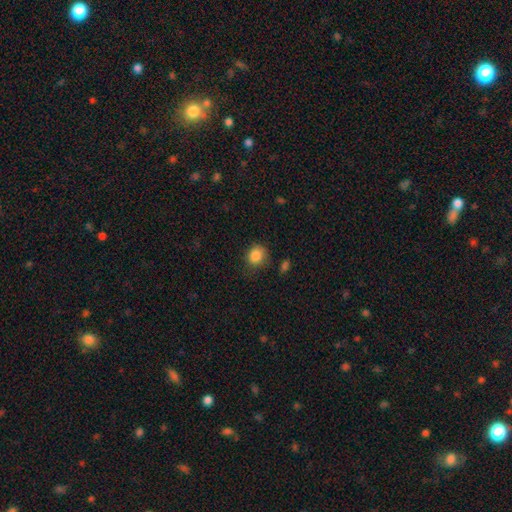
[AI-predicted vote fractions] A smooth galaxy with no disk features (85%) that is round (71%). Merging: none (68%).